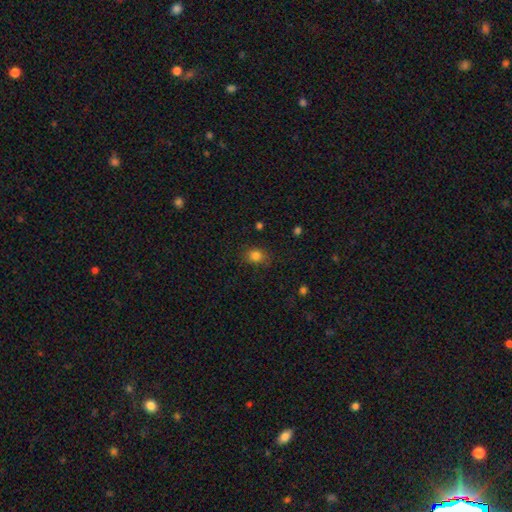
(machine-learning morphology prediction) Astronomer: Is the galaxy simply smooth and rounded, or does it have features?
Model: smooth — 81%.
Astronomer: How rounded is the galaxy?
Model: round — 54% (runner-up: in between, 45%).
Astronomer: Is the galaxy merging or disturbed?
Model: none — 78%.